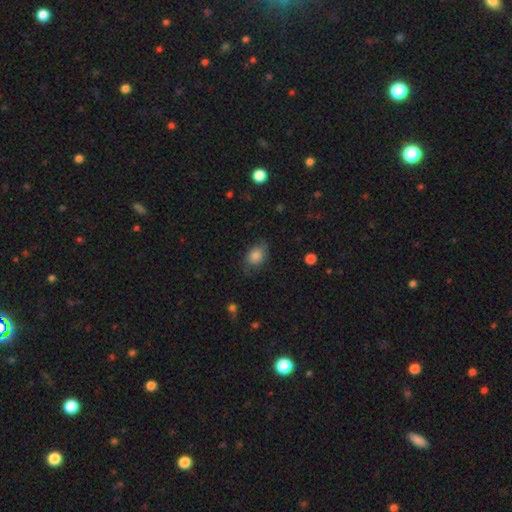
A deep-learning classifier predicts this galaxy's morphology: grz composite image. It shows a smooth galaxy with no disk features (76%) that is in between round and cigar-shaped (72%). Merging: none (63%).